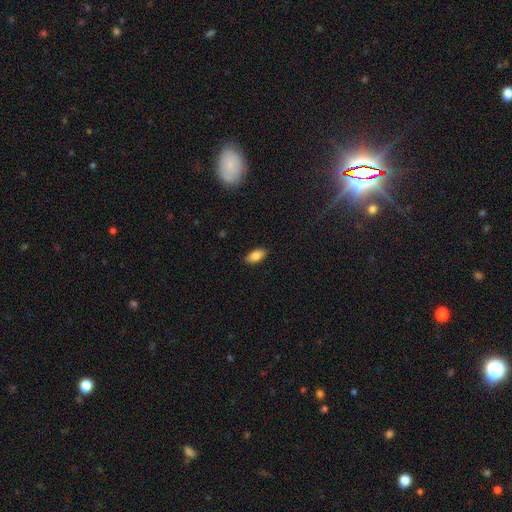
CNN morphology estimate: The model was most divided on "smooth or featured": smooth: 83%, featured or disk: 10%, star or artifact: 7%. More confident: how rounded — in between (91%); merging — none (89%).